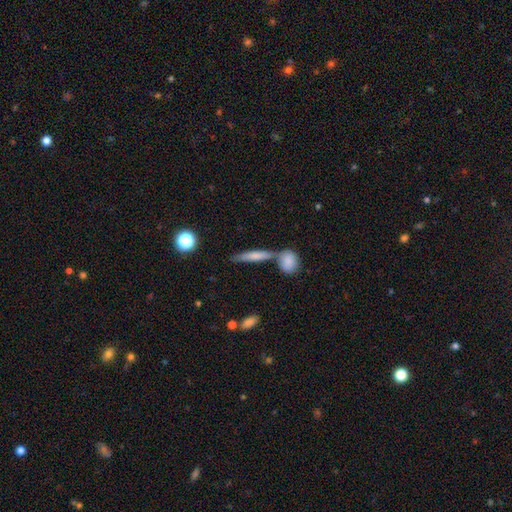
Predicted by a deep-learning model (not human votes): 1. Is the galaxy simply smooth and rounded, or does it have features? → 68% smooth, 24% featured or disk, 7% star or artifact.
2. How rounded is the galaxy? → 81% cigar-shaped, 16% in between, 4% round.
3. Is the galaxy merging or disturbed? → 55% none, 28% merger, 12% minor disturbance, 4% major disturbance.